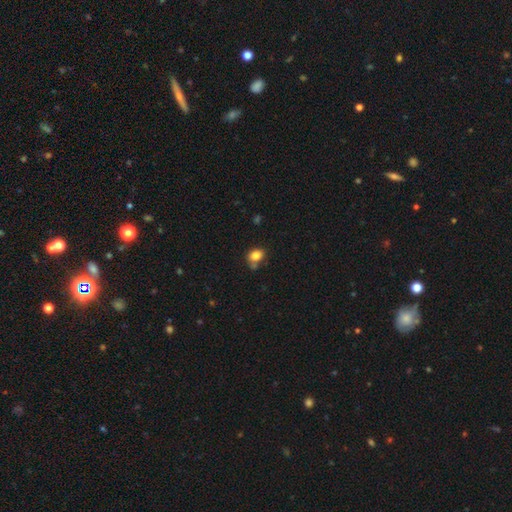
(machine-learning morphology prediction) Smooth or featured? Predicted: smooth (p=0.83). How rounded? Predicted: in between (p=0.59). Merging? Predicted: none (p=0.64).